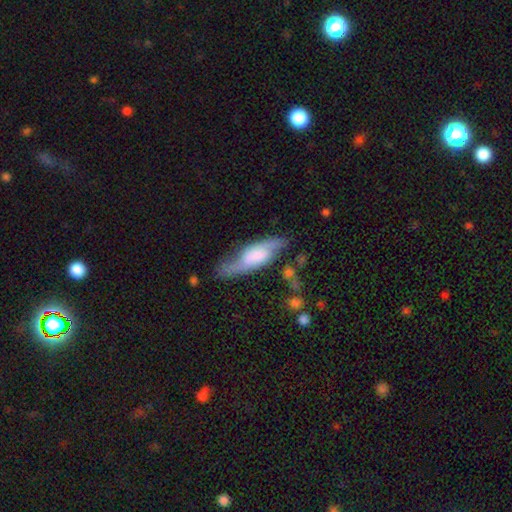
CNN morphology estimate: This is likely a featured or disk galaxy (62%). It is likely not viewed edge-on (74%). Merging: possibly none (60%).